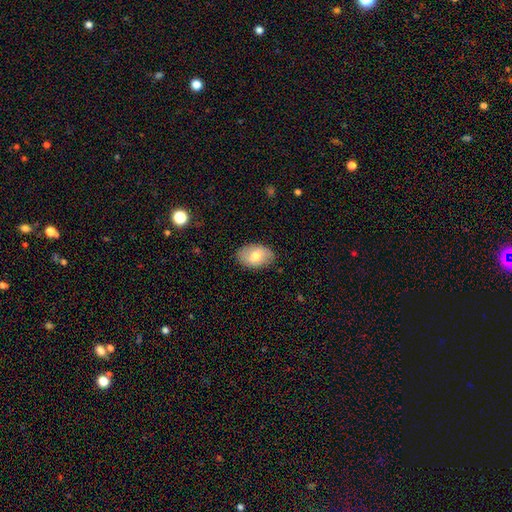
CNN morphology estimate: smooth_or_featured: smooth (p=0.69) [alt: featured or disk p=0.24]
how_rounded: in between (p=0.88) [alt: round p=0.11]
merging: none (p=0.83) [alt: minor disturbance p=0.14]